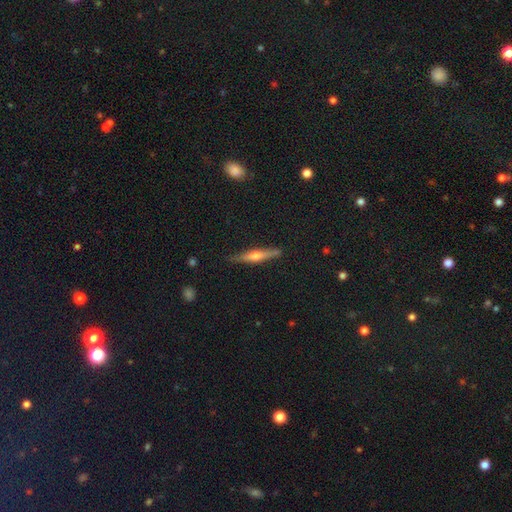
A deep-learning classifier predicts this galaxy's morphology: Smooth or featured? featured or disk (63%)
Edge-on disk? yes (96%)
Edge-on bulge? rounded (85%)
Merging? none (87%)